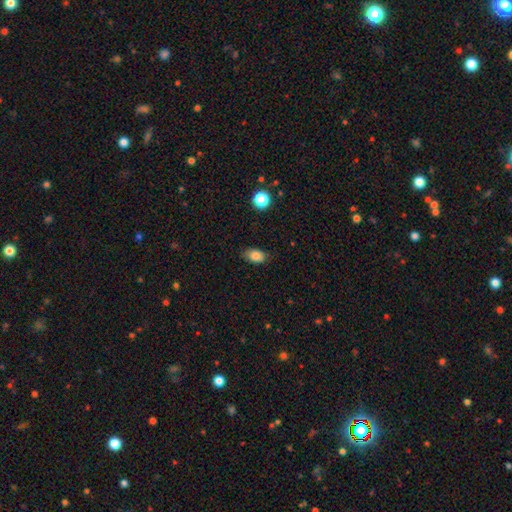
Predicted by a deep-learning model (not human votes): Q: Smooth or featured?
A: smooth (84%); runner-up: star or artifact (9%)
Q: How rounded?
A: in between (88%); runner-up: round (10%)
Q: Merging?
A: none (79%); runner-up: minor disturbance (17%)